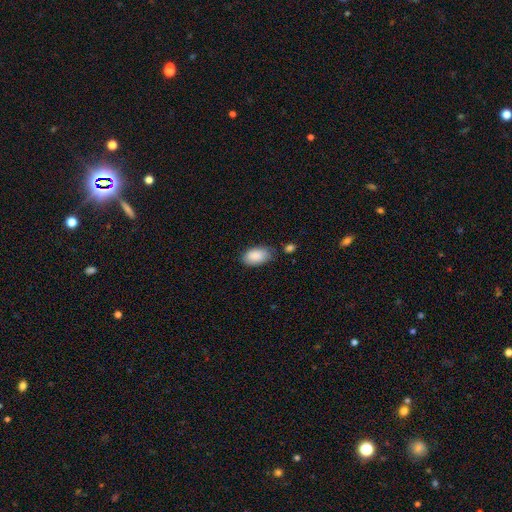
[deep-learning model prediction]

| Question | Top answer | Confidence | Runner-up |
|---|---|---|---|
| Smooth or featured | smooth | 89% | star or artifact (6%) |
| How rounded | in between | 94% | round (4%) |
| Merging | none | 68% | minor disturbance (22%) |